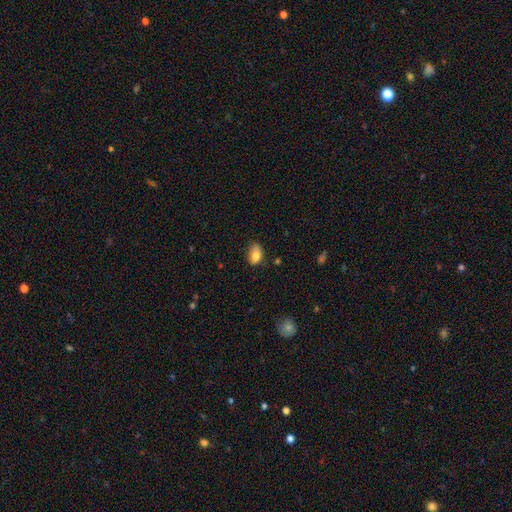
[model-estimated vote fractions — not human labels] Smooth or featured?
  - smooth: 81% *
  - featured or disk: 11%
  - star or artifact: 9%
How rounded?
  - in between: 86% *
  - round: 12%
  - cigar-shaped: 2%
Merging?
  - none: 58% *
  - minor disturbance: 32%
  - major disturbance: 7%
  - merger: 3%